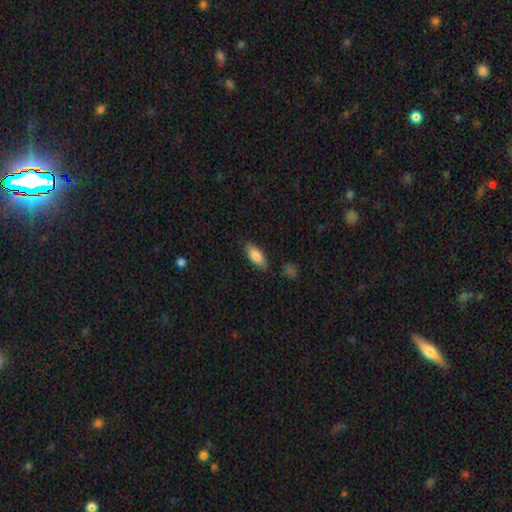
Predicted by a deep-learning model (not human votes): This appears to be a smooth galaxy with no disk features (84%) that is in between round and cigar-shaped (82%). Merging: none (80%).